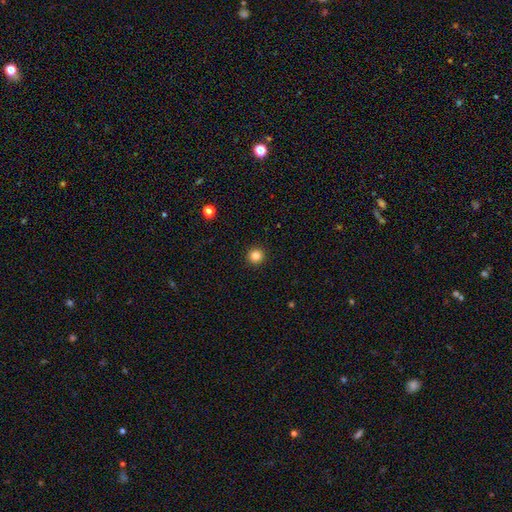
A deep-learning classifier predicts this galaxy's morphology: A smooth galaxy with no disk features (83%) that is round (96%).

Vote fractions:
- Smooth or featured? smooth: 83% / star or artifact: 12% / featured or disk: 4%
- How rounded? round: 96% / in between: 4% / cigar-shaped: 1%
- Merging? none: 94% / minor disturbance: 4% / major disturbance: 1% / merger: 1%